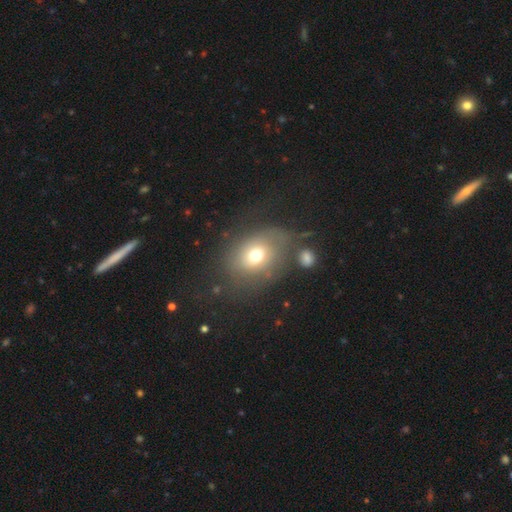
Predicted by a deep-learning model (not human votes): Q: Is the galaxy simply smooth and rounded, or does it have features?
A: smooth — 63%.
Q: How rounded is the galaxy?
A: round — 50%.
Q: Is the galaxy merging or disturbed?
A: none — 55%.